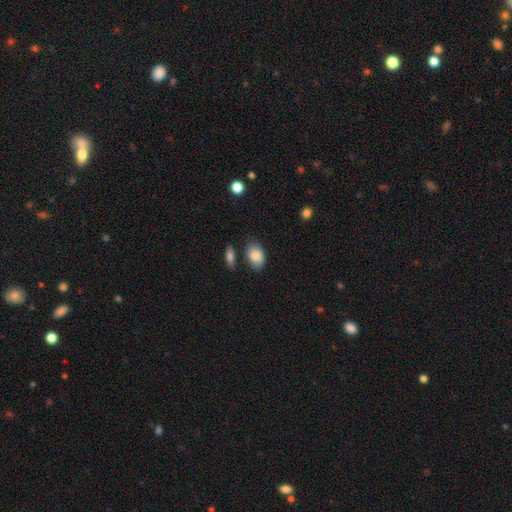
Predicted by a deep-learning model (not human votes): Smooth or featured? smooth (84%)
How rounded? in between (87%)
Merging? none (67%)